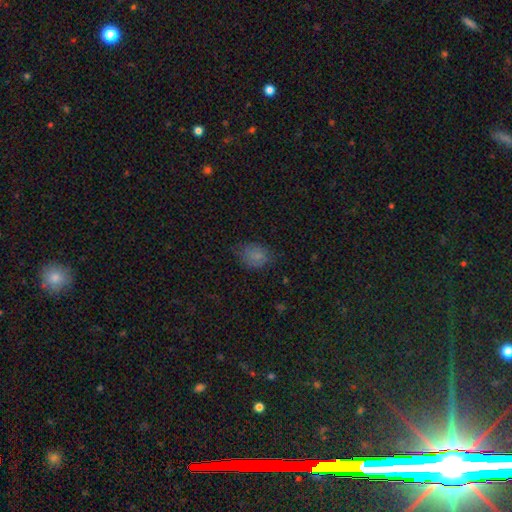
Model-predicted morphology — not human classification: type=smooth (76%); roundness=in between (59%); merging=none (66%).